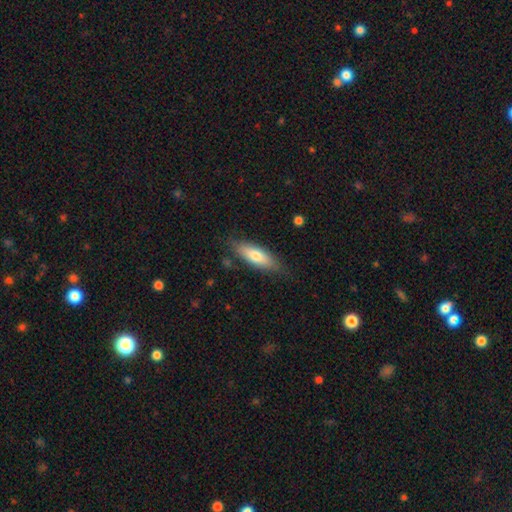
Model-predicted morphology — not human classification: type=smooth (72%); roundness=in between (58%); merging=none (79%).